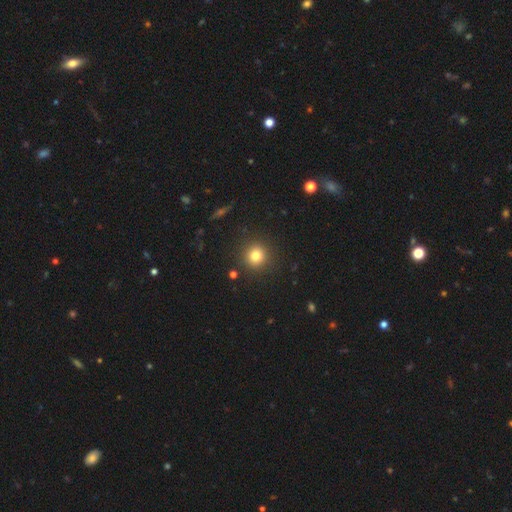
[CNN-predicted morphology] smooth 79%, star or artifact 14%, featured or disk 7%. Down the decision tree: how rounded — round (93%); merging — none (90%).